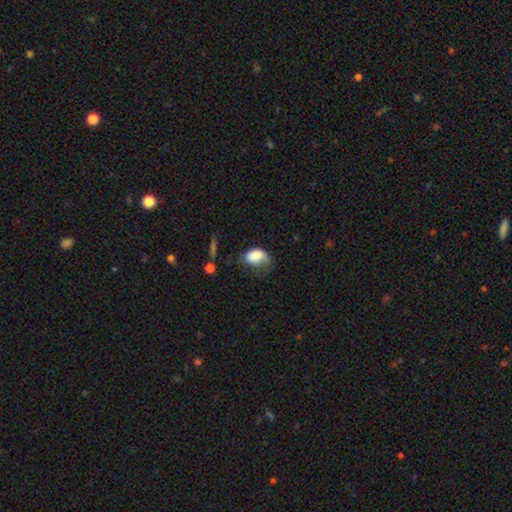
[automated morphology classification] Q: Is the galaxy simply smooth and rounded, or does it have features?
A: smooth — 81%.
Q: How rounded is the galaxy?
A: in between — 85%.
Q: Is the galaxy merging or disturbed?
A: minor disturbance — 38%.